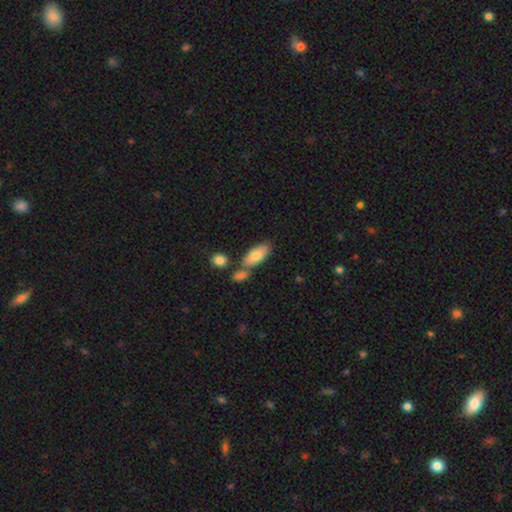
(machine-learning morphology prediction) The model was most divided on "merging": none: 58%, merger: 24%, minor disturbance: 14%, major disturbance: 4%. More confident: how rounded — in between (83%); smooth or featured — smooth (79%).